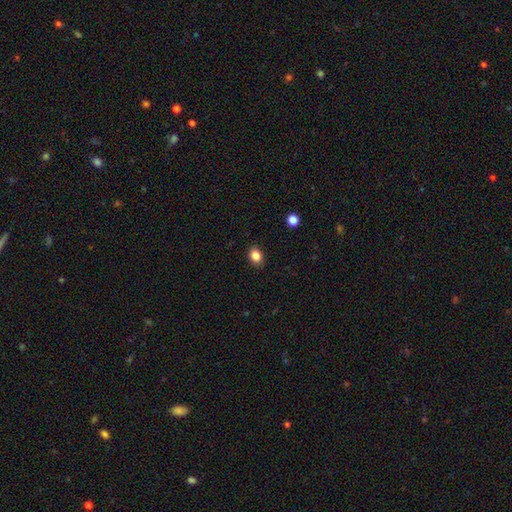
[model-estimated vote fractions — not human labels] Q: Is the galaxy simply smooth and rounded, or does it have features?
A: smooth — 85%.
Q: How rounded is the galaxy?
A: in between — 57%.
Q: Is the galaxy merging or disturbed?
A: none — 89%.